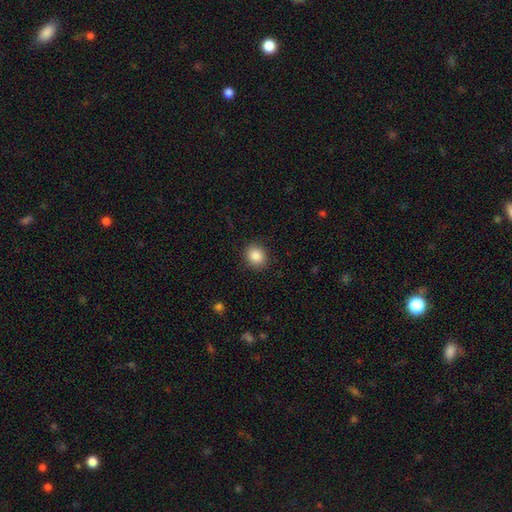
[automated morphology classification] Smooth or featured?
  - smooth: 86% *
  - star or artifact: 9%
  - featured or disk: 4%
How rounded?
  - round: 71% *
  - in between: 28%
  - cigar-shaped: 1%
Merging?
  - none: 89% *
  - minor disturbance: 7%
  - major disturbance: 2%
  - merger: 1%